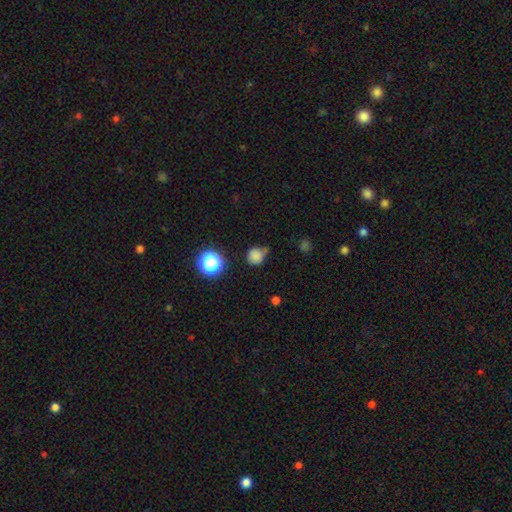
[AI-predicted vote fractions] This is clearly a smooth galaxy (80%). How rounded: clearly round (89%). Merging: likely none (60%).